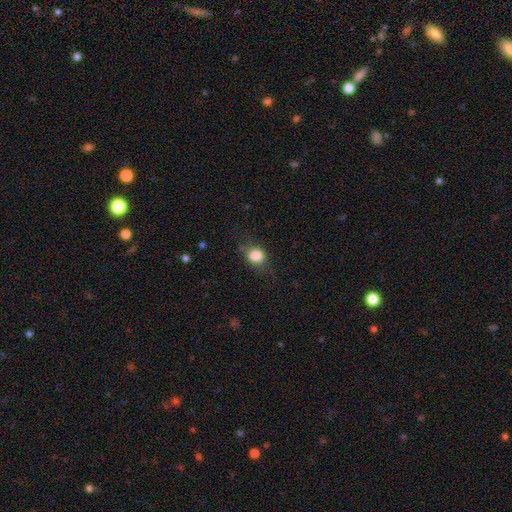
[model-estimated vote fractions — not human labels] Smooth or featured? smooth (81%)
How rounded? round (55%)
Merging? none (66%)